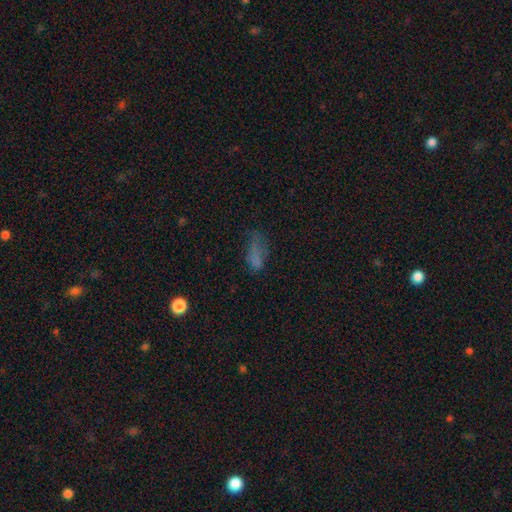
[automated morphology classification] smooth_or_featured: smooth (p=0.63) [alt: star or artifact p=0.20]
how_rounded: in between (p=0.78) [alt: cigar-shaped p=0.16]
merging: none (p=0.42) [alt: major disturbance p=0.27]